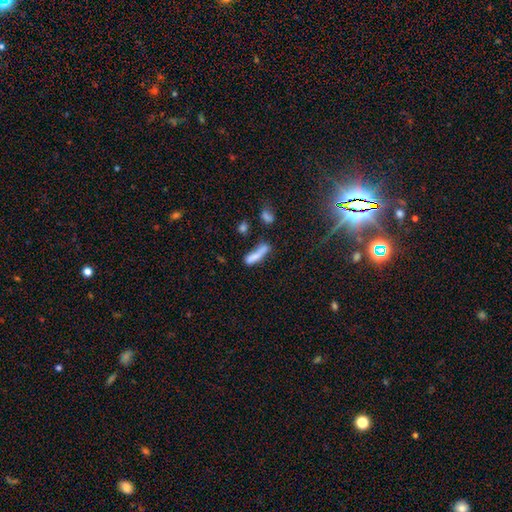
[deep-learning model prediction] Smooth or featured? Predicted: smooth (p=0.73). How rounded? Predicted: cigar-shaped (p=0.73). Merging? Predicted: none (p=0.43).